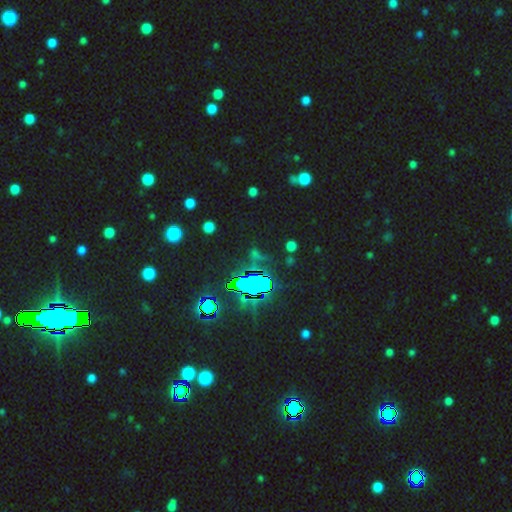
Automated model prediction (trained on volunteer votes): Morphology: type=star or artifact (75%).